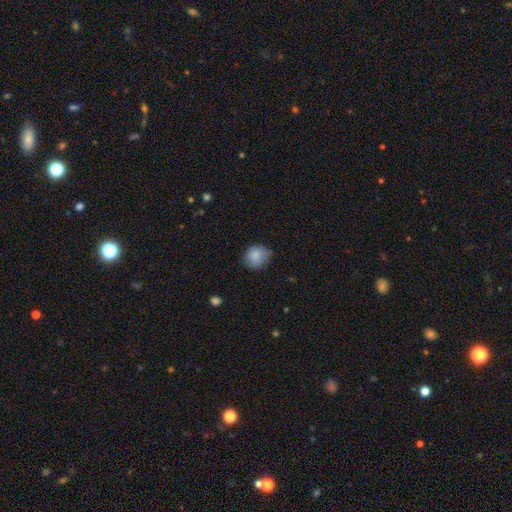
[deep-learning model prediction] Smooth or featured?
  - smooth: 84% *
  - star or artifact: 8%
  - featured or disk: 8%
How rounded?
  - round: 72% *
  - in between: 27%
  - cigar-shaped: 1%
Merging?
  - none: 66% *
  - minor disturbance: 27%
  - major disturbance: 6%
  - merger: 1%